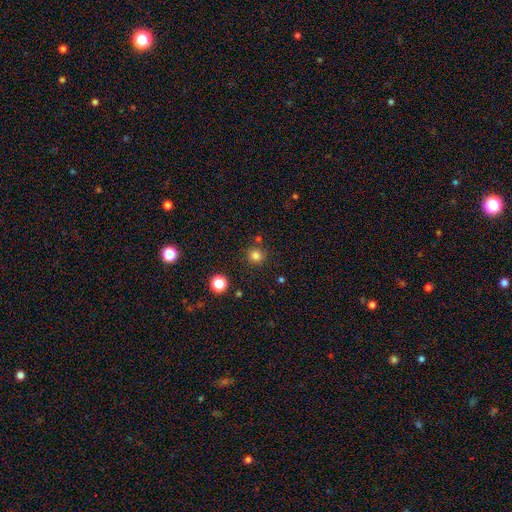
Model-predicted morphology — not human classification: type=smooth (80%); roundness=round (93%); merging=none (83%).